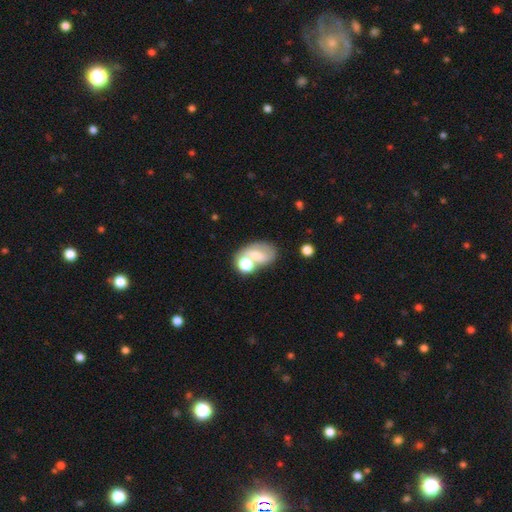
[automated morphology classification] Smooth or featured?
  - smooth: 53% *
  - featured or disk: 35%
  - star or artifact: 13%
How rounded?
  - in between: 76% *
  - round: 22%
  - cigar-shaped: 2%
Merging?
  - merger: 38% *
  - none: 35%
  - minor disturbance: 16%
  - major disturbance: 11%